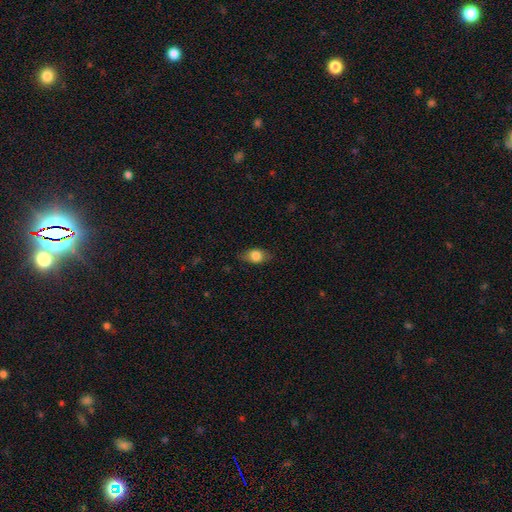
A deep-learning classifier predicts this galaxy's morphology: smooth_or_featured: smooth (p=0.79) [alt: featured or disk p=0.13]
how_rounded: in between (p=0.77) [alt: round p=0.19]
merging: none (p=0.79) [alt: minor disturbance p=0.17]